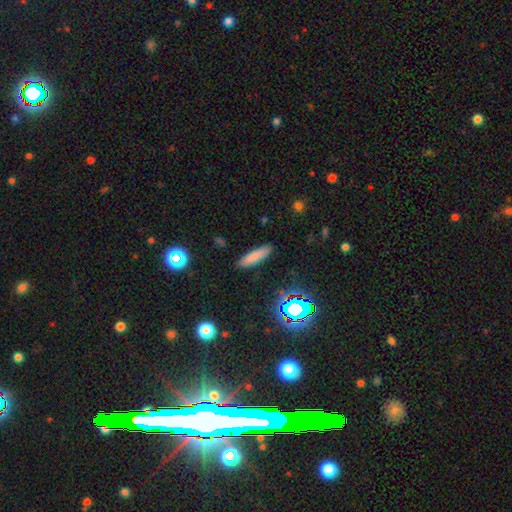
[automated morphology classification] This is likely a smooth galaxy (79%). How rounded: likely cigar-shaped (72%). Merging: clearly none (88%).